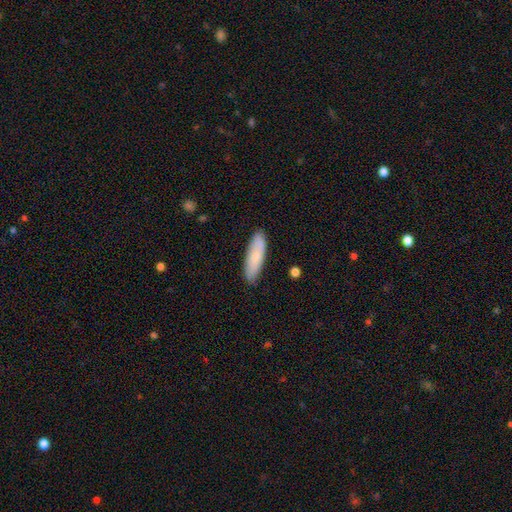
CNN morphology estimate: This appears to be a smooth galaxy with no disk features (77%) that is cigar-shaped (55%). Merging: none (87%).